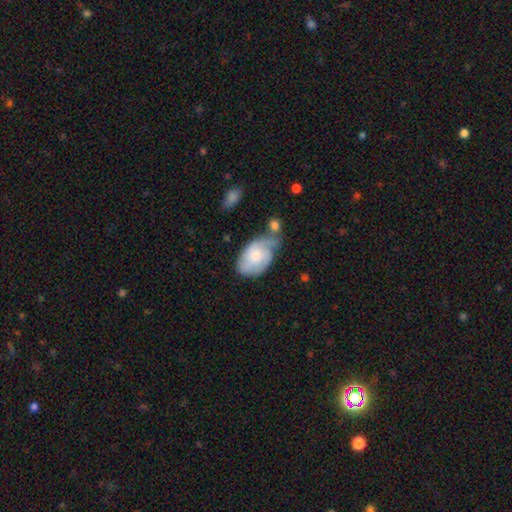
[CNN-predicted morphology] A smooth galaxy with no disk features (47%, tied with featured or disk). Merging: none (37%).